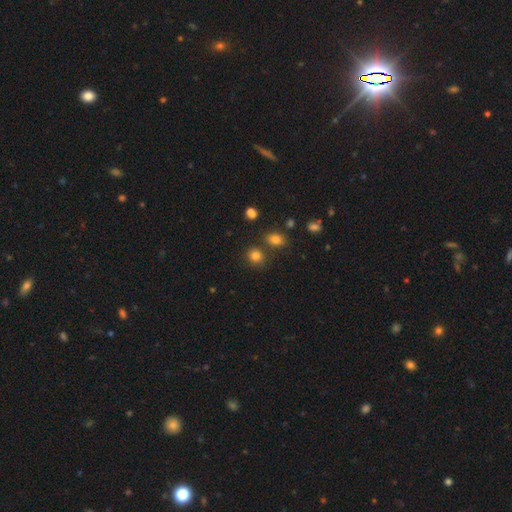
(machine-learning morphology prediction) A smooth galaxy with no disk features (81%) that is round (80%).

Vote fractions:
- Smooth or featured? smooth: 81% / star or artifact: 13% / featured or disk: 6%
- How rounded? round: 80% / in between: 19% / cigar-shaped: 1%
- Merging? none: 77% / merger: 10% / minor disturbance: 10% / major disturbance: 3%